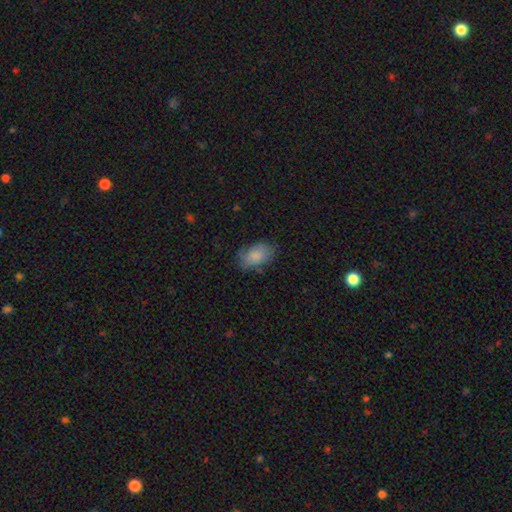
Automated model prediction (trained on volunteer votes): Q: Smooth or featured?
A: smooth (82%); runner-up: featured or disk (10%)
Q: How rounded?
A: in between (89%); runner-up: round (10%)
Q: Merging?
A: none (68%); runner-up: minor disturbance (23%)